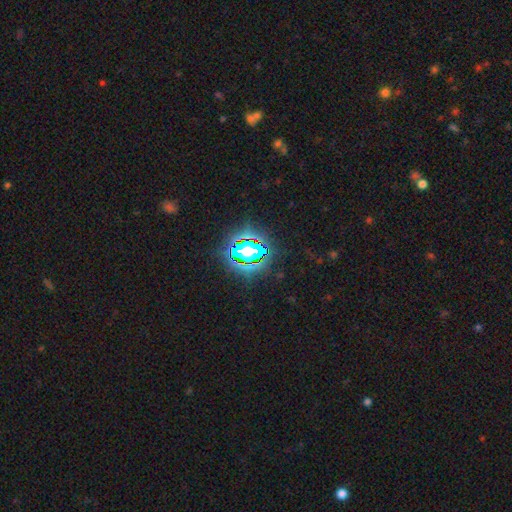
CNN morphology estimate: smooth-or-featured: star or artifact: 76% | smooth: 16% | featured or disk: 8%